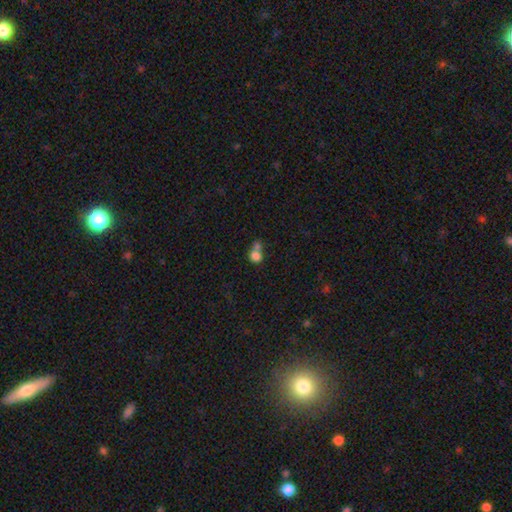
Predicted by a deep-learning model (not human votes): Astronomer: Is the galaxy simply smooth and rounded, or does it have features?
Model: smooth — 79%.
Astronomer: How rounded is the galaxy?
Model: round — 70%.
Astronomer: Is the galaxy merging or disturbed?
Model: merger — 58%.